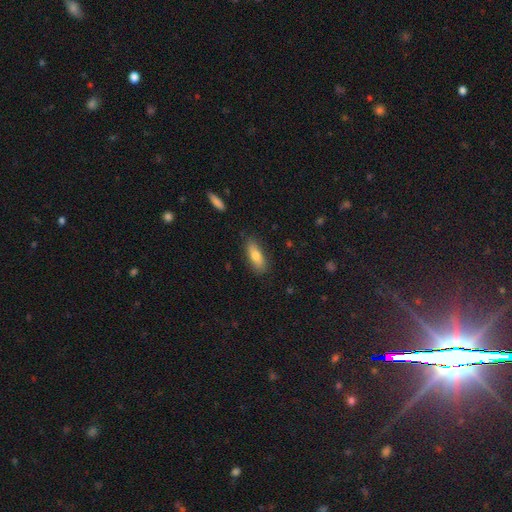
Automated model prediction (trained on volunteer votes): Overall: smooth (76%). How rounded: in between (66%; cigar-shaped 31%). Merging: none (83%).